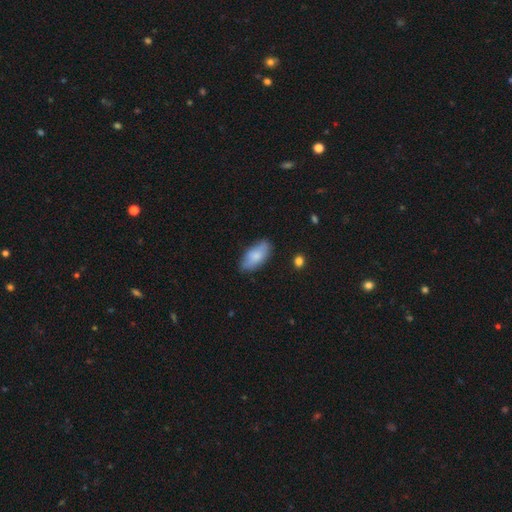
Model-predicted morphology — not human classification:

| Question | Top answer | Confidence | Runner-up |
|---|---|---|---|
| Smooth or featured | smooth | 77% | featured or disk (17%) |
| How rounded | in between | 89% | cigar-shaped (9%) |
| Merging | none | 77% | minor disturbance (18%) |